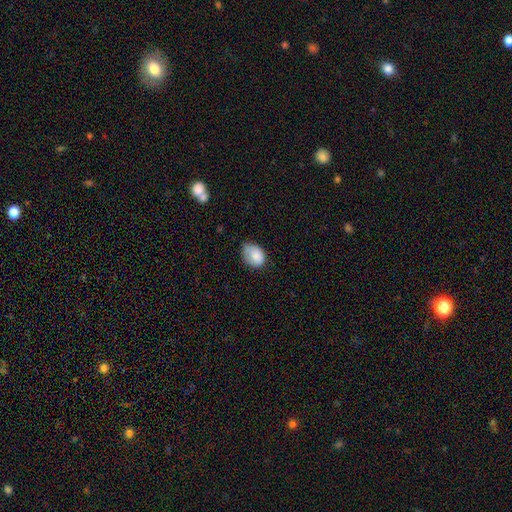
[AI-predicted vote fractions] A smooth galaxy with no disk features (83%) that is in between round and cigar-shaped (67%). Merging: minor disturbance (45%).